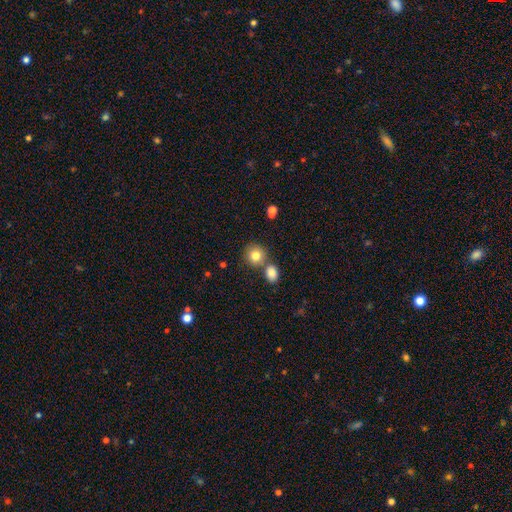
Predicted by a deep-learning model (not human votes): This is clearly a smooth galaxy (81%). How rounded: clearly round (86%). Merging: likely none (64%).